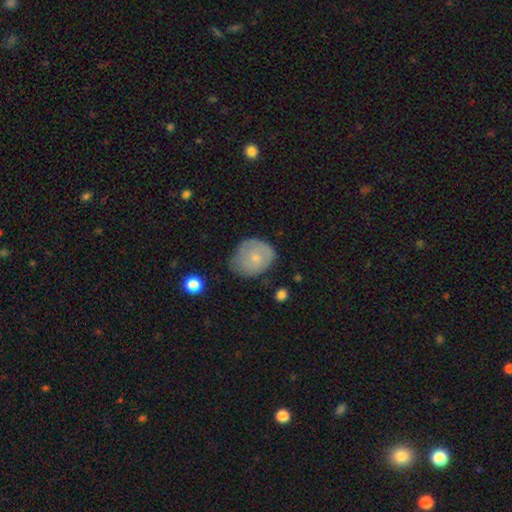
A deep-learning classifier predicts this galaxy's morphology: A smooth galaxy with no disk features (66%) that is round (57%).

Vote fractions:
- Smooth or featured? smooth: 66% / featured or disk: 27% / star or artifact: 7%
- How rounded? round: 57% / in between: 42% / cigar-shaped: 1%
- Merging? none: 56% / minor disturbance: 33% / major disturbance: 9% / merger: 2%